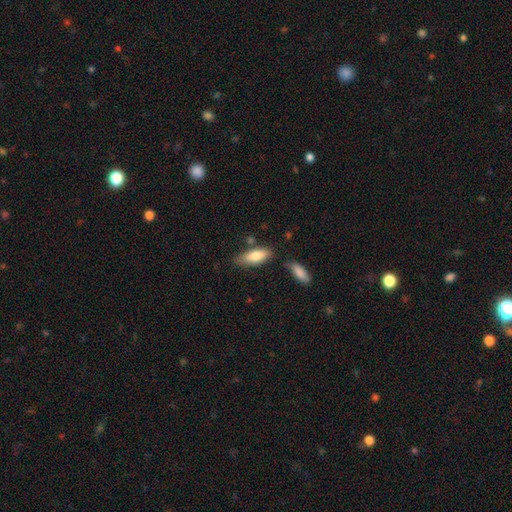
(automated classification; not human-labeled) Smooth or featured: smooth — 80% (featured or disk — 14%)
How rounded: in between — 73% (cigar-shaped — 25%)
Merging: none — 65% (minor disturbance — 20%)